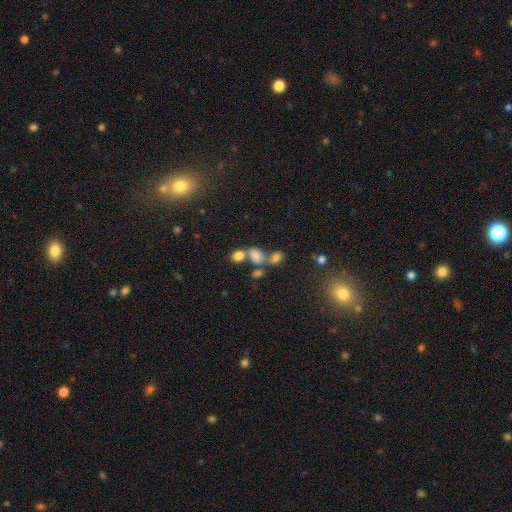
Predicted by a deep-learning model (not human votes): A smooth galaxy with no disk features (73%) that is in between round and cigar-shaped (75%).

Vote fractions:
- Smooth or featured? smooth: 73% / star or artifact: 15% / featured or disk: 12%
- How rounded? in between: 75% / round: 23% / cigar-shaped: 2%
- Merging? merger: 47% / none: 34% / minor disturbance: 11% / major disturbance: 7%